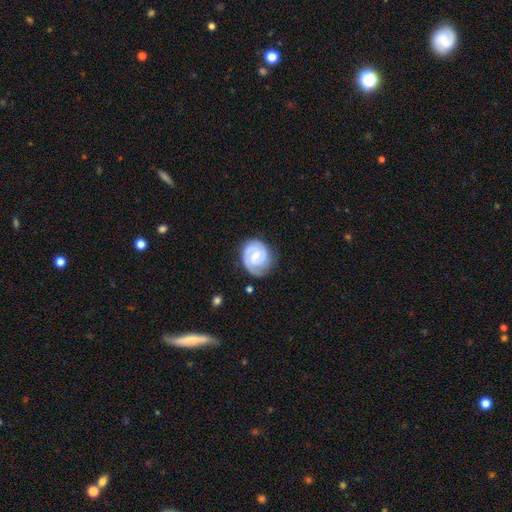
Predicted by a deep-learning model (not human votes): smooth-or-featured: featured or disk: 82% | smooth: 13% | star or artifact: 5%
  disk-edge-on: no: 98% | yes: 2%
    bar: no: 48% | weak: 43% | strong: 9%
    has-spiral-arms: yes: 96% | no: 4%
      spiral-winding: tight: 70% | medium: 25% | loose: 5%
      spiral-arm-count: 2: 62% | 3: 13% | can't tell: 12% | 1: 8% | 4: 2% | more than 4: 2%
    bulge-size: small: 47% (tied) | moderate: 47% (tied) | none: 3% | large: 2% | dominant: 1%
  merging: none: 73% | minor disturbance: 19% | major disturbance: 6% | merger: 2%